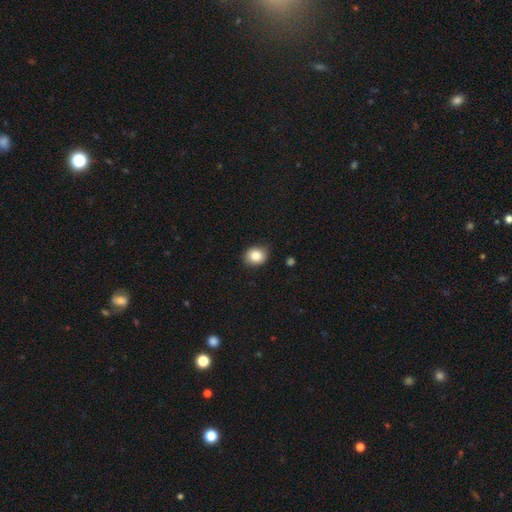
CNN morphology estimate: A smooth galaxy with no disk features (84%) that is round (64%). Merging: none (83%).